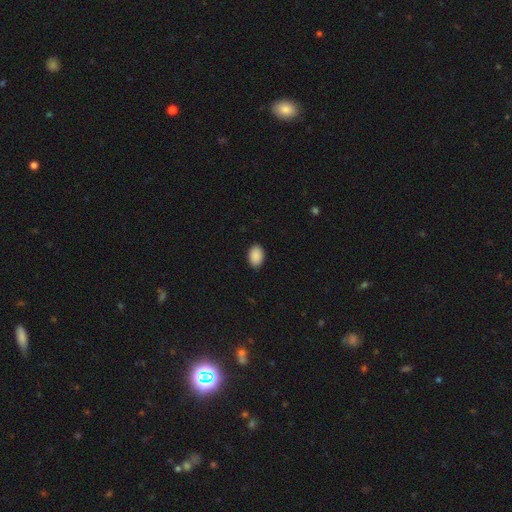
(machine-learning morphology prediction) smooth_or_featured: smooth (p=0.90) [alt: star or artifact p=0.07]
how_rounded: in between (p=0.86) [alt: round p=0.13]
merging: none (p=0.88) [alt: minor disturbance p=0.10]